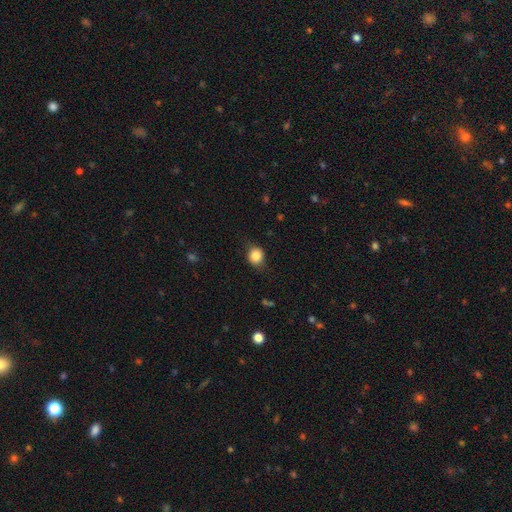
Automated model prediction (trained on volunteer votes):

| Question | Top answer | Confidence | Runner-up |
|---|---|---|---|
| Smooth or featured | smooth | 83% | star or artifact (9%) |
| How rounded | round | 73% | in between (26%) |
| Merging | none | 75% | minor disturbance (19%) |